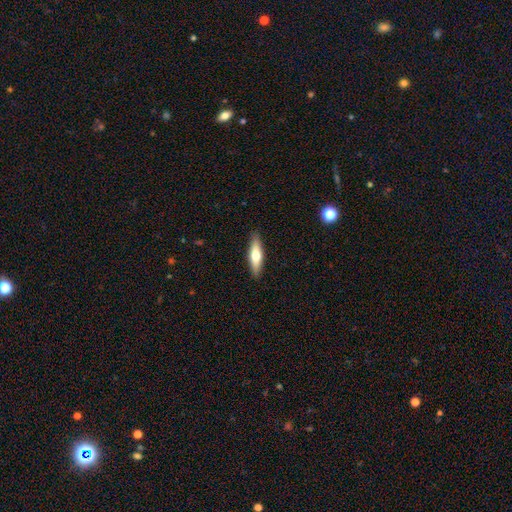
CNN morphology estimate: The model was most divided on "smooth or featured": smooth: 56%, featured or disk: 38%, star or artifact: 6%. More confident: merging — none (89%); how rounded — cigar-shaped (63%).